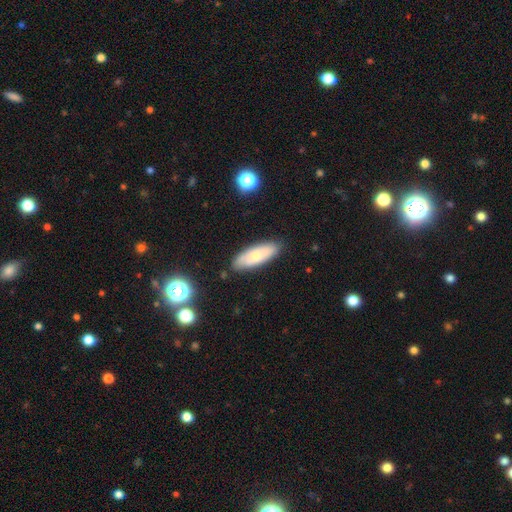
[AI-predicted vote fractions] smooth_or_featured: smooth (p=0.60) [alt: featured or disk p=0.33]
how_rounded: in between (p=0.67) [alt: cigar-shaped p=0.30]
merging: none (p=0.82) [alt: minor disturbance p=0.13]